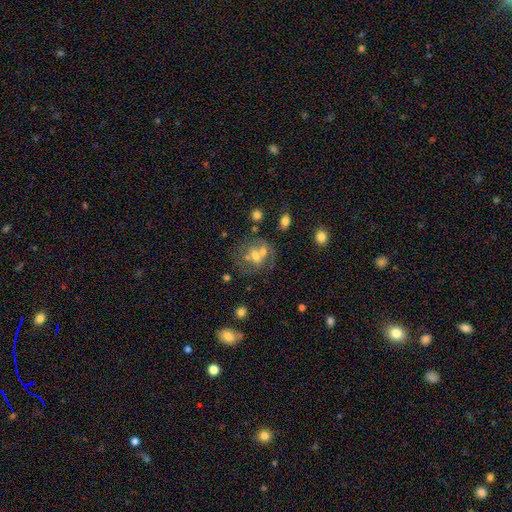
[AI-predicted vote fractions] Smooth or featured? featured or disk (48%)
Merging? merger (38%)